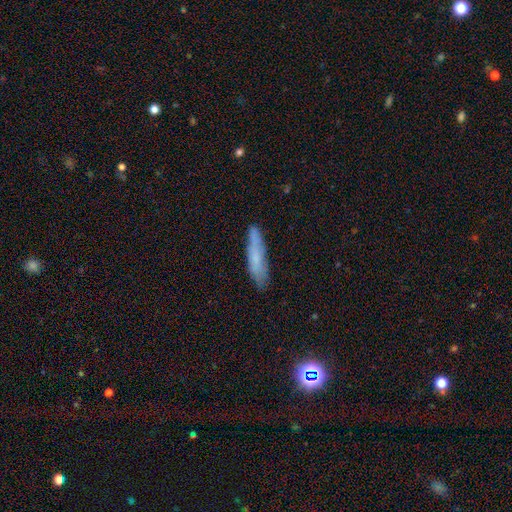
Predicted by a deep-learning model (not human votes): smooth_or_featured: smooth (p=0.61) [alt: featured or disk p=0.30]
how_rounded: cigar-shaped (p=0.83) [alt: in between p=0.16]
merging: none (p=0.78) [alt: minor disturbance p=0.17]